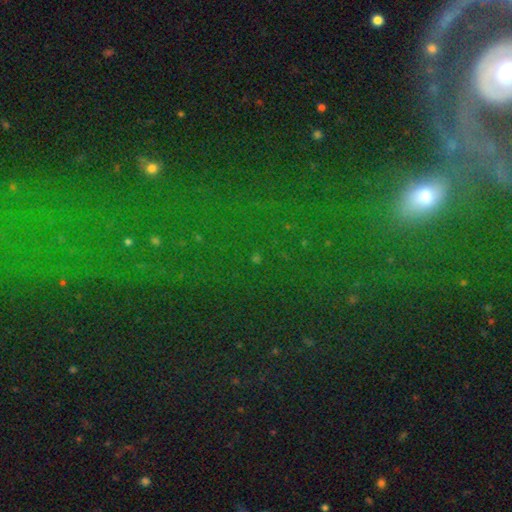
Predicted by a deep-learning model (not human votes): This is possibly a star or artifact rather than a galaxy (46%).